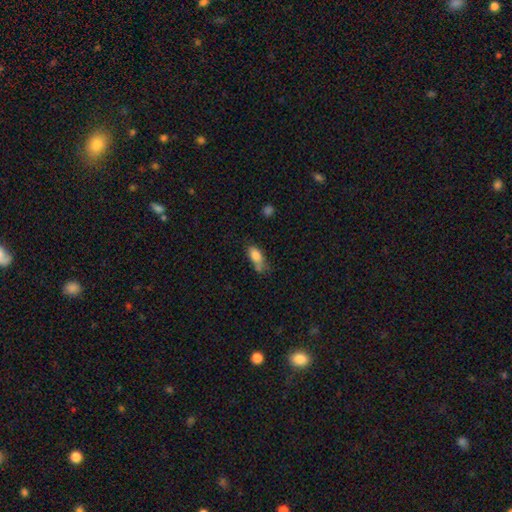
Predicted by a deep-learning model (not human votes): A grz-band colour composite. It shows a smooth galaxy with no disk features (80%) that is in between round and cigar-shaped (83%). Merging: none (41%).